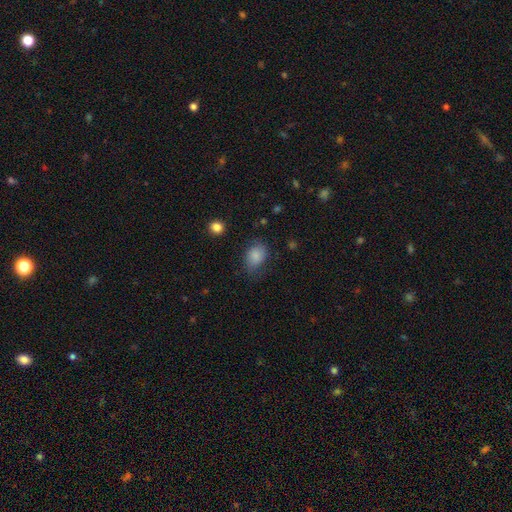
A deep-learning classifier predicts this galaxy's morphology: The model was most divided on "how rounded": in between: 70%, round: 29%, cigar-shaped: 1%. More confident: smooth or featured — smooth (85%); merging — none (68%).